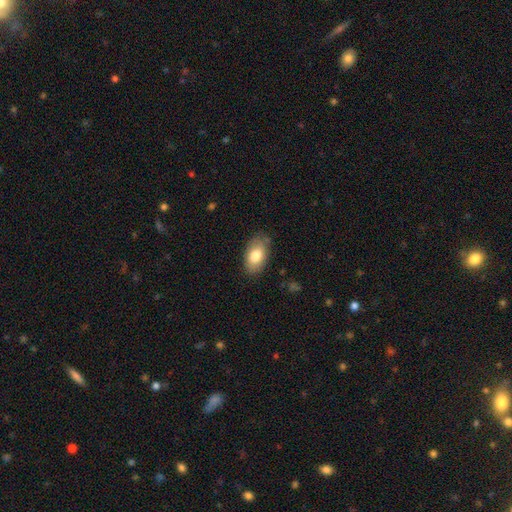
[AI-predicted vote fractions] Smooth or featured? Predicted: smooth (p=0.80). How rounded? Predicted: in between (p=0.93). Merging? Predicted: none (p=0.79).